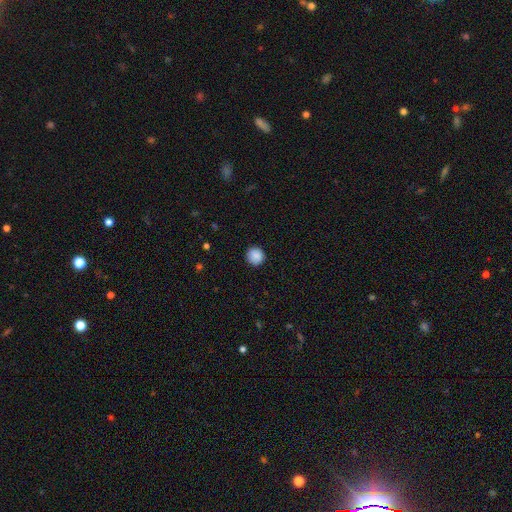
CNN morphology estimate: Smooth or featured: smooth — 88% (star or artifact — 9%)
How rounded: round — 94% (in between — 5%)
Merging: none — 90% (minor disturbance — 7%)